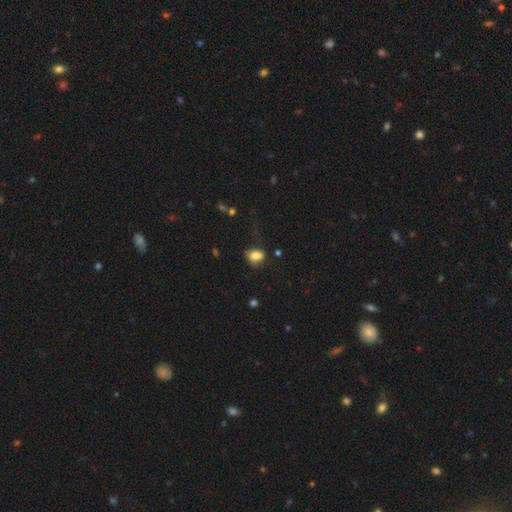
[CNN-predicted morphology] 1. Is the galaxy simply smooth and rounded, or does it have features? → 81% smooth, 10% star or artifact, 9% featured or disk.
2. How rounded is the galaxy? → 74% in between, 24% round, 2% cigar-shaped.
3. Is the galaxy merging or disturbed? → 55% none, 29% minor disturbance, 12% major disturbance, 4% merger.